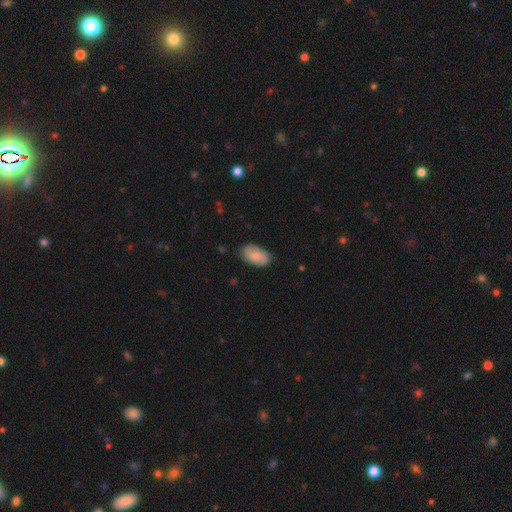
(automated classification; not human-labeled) Morphology: type=smooth (75%); roundness=in between (94%); merging=none (80%).